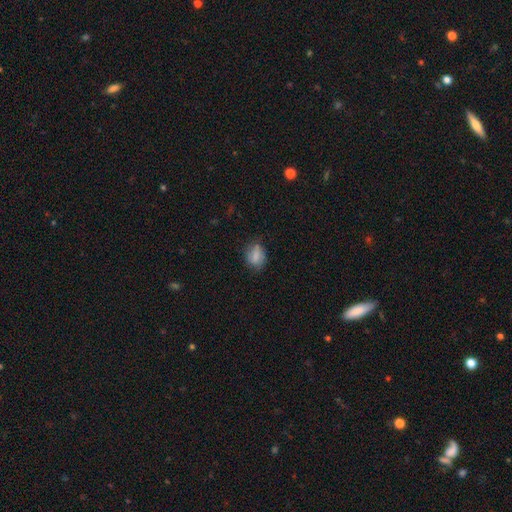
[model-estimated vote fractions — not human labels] smooth_or_featured: smooth (p=0.74) [alt: featured or disk p=0.17]
how_rounded: in between (p=0.61) [alt: round p=0.37]
merging: none (p=0.67) [alt: minor disturbance p=0.25]